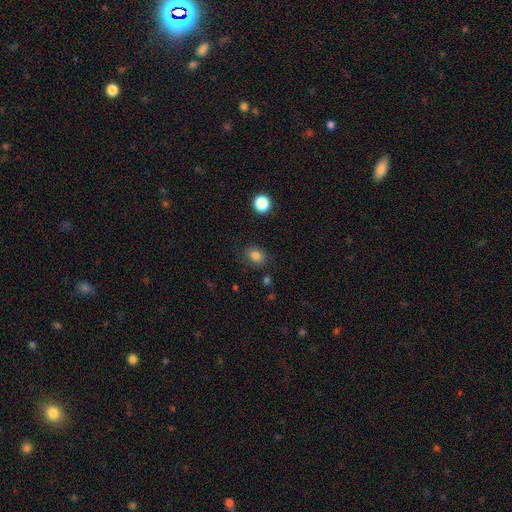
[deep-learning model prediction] Smooth or featured? Predicted: smooth (p=0.83). How rounded? Predicted: in between (p=0.69). Merging? Predicted: none (p=0.82).